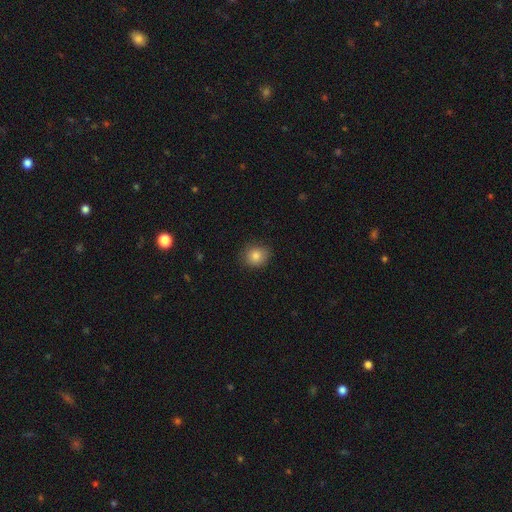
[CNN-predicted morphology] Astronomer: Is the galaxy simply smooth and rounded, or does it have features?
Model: smooth — 83%.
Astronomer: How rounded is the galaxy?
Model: round — 77%.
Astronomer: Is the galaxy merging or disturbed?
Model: none — 86%.